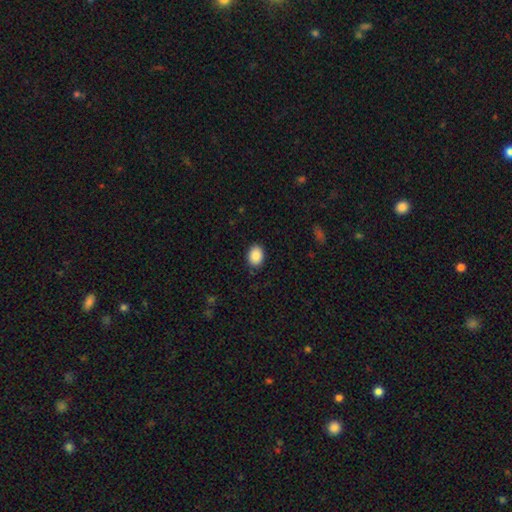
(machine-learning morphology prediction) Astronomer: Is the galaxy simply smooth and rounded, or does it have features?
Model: smooth — 88%.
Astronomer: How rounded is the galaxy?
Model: in between — 66%.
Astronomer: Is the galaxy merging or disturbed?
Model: none — 88%.